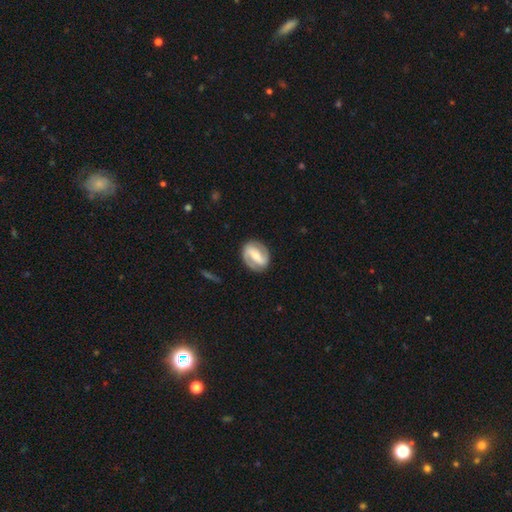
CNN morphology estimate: featured or disk 79%, smooth 16%, star or artifact 5%. Down the decision tree: edge-on disk — no (97%); bar — strong (61%); spiral arms — yes (89%); spiral arm count — 2 (89%); spiral winding — medium (42%); bulge size — moderate (46%); merging — none (84%).